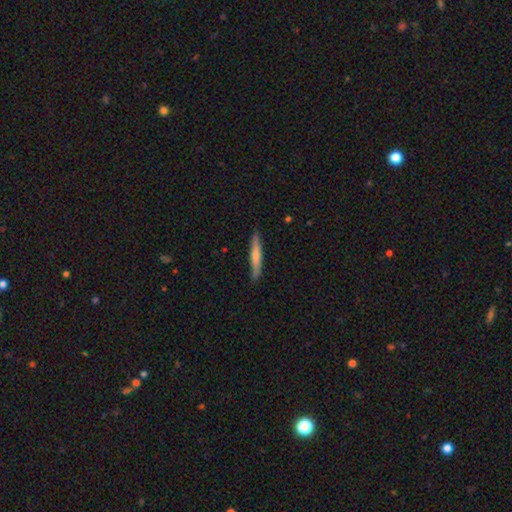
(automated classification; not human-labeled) smooth 60%, featured or disk 35%, star or artifact 5%. Down the decision tree: how rounded — cigar-shaped (93%); merging — none (87%).